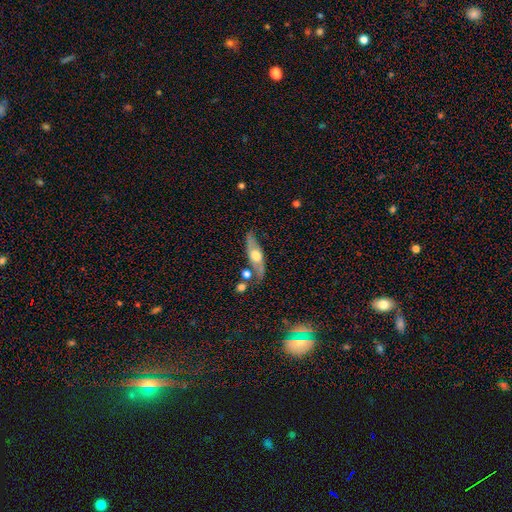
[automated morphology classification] smooth-or-featured: featured or disk: 58% | smooth: 36% | star or artifact: 6%
  disk-edge-on: yes: 55% | no: 45%
  merging: none: 70% | minor disturbance: 17% | merger: 9% | major disturbance: 5%